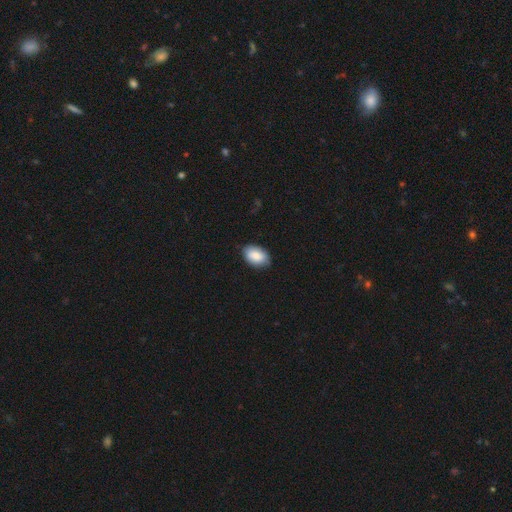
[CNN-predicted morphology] Smooth or featured? smooth (86%)
How rounded? in between (91%)
Merging? none (84%)